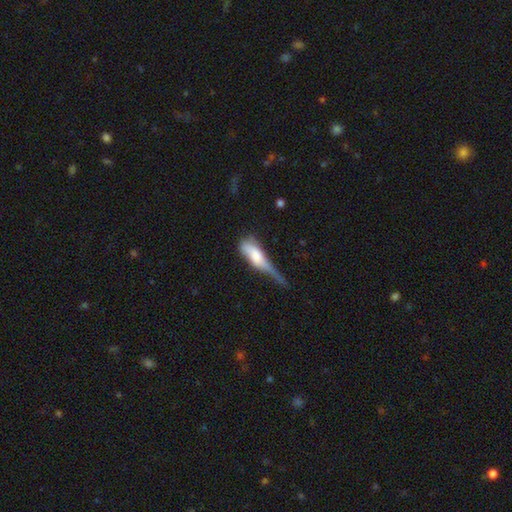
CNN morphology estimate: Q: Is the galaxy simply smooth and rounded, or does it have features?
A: smooth — 66%.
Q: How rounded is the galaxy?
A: in between — 55%.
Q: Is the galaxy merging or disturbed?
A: major disturbance — 47%.